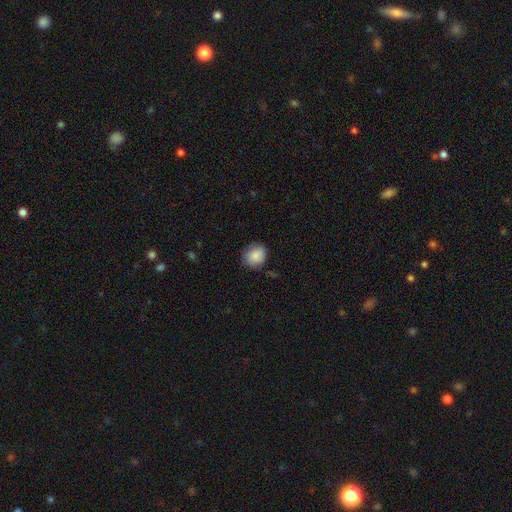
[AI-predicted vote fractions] Smooth or featured? smooth (86%)
How rounded? round (79%)
Merging? none (76%)